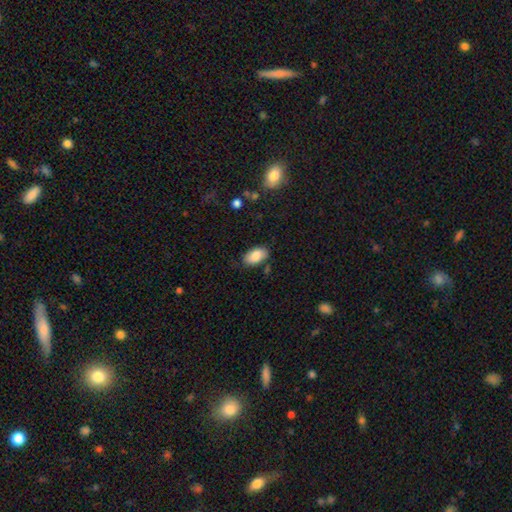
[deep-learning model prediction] smooth 84%, featured or disk 9%, star or artifact 7%. Down the decision tree: how rounded — in between (94%); merging — none (78%).